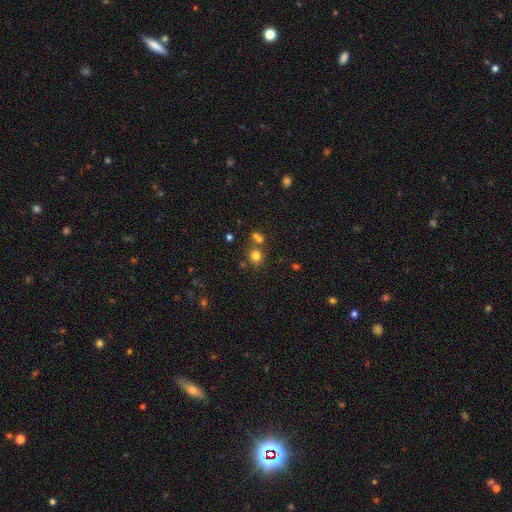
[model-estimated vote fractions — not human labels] smooth 76%, star or artifact 16%, featured or disk 7%. Down the decision tree: how rounded — round (87%); merging — none (64%).